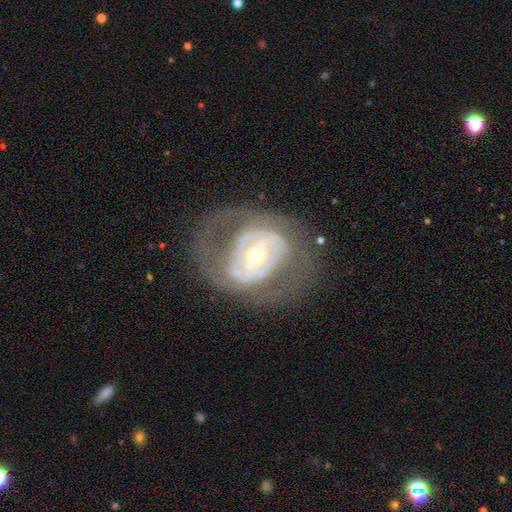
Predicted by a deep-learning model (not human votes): This is clearly a featured or disk galaxy (81%). It is clearly not viewed edge-on (95%). Bar: marginally no (38%). Spiral arm pattern: likely yes (64%). Central bulge: likely small (63%). Merging: possibly none (57%).